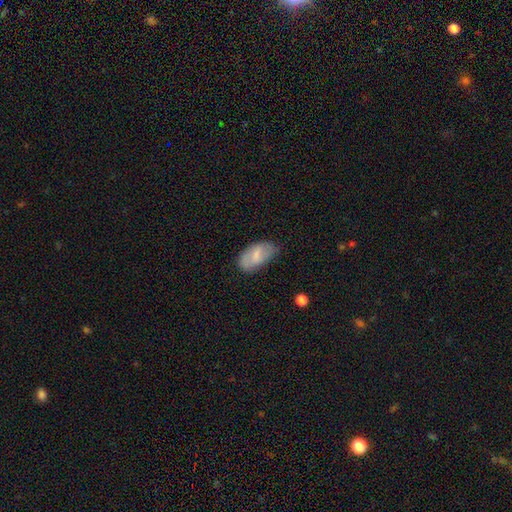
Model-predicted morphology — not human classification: This appears to be a smooth galaxy with no disk features (71%) that is in between round and cigar-shaped (94%). Merging: none (66%).